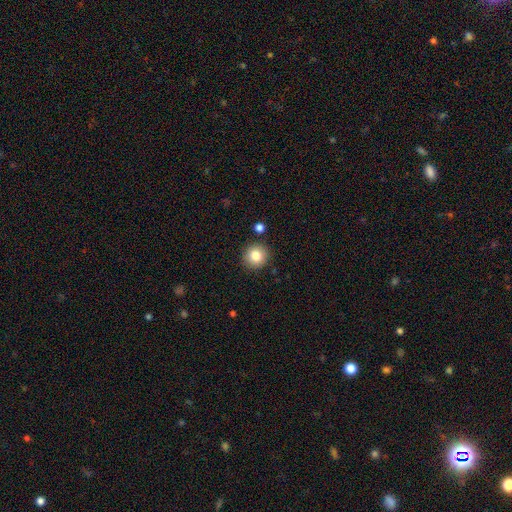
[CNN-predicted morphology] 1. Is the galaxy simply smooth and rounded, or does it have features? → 82% smooth, 10% star or artifact, 8% featured or disk.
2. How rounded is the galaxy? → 91% round, 8% in between, 1% cigar-shaped.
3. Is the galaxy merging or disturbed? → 89% none, 7% minor disturbance, 3% merger, 2% major disturbance.